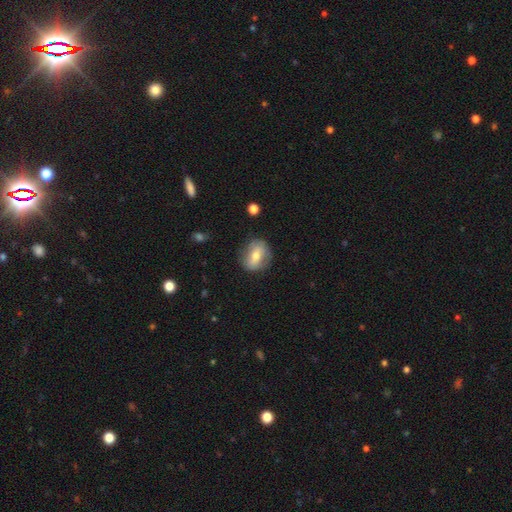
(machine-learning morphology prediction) type=smooth (59%); roundness=round (50%); merging=none (77%).